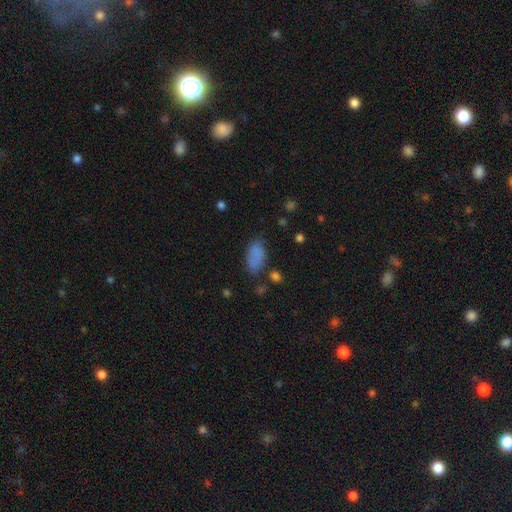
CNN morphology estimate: smooth-or-featured: smooth: 82% | star or artifact: 10% | featured or disk: 8%
  how-rounded: in between: 92% | round: 4% | cigar-shaped: 4%
  merging: none: 64% | minor disturbance: 23% | major disturbance: 8% | merger: 5%